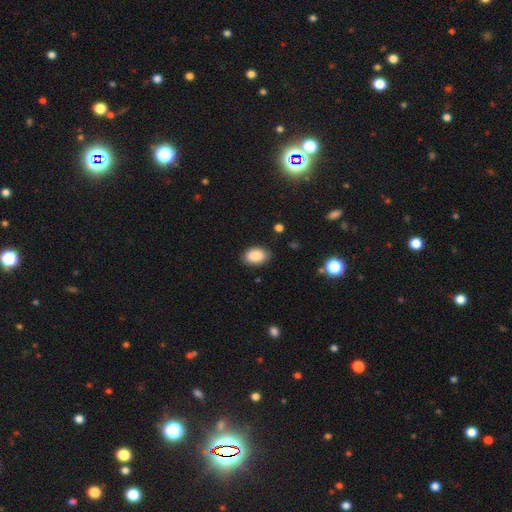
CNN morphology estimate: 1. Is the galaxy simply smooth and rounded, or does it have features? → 88% smooth, 7% star or artifact, 5% featured or disk.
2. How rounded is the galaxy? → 88% in between, 11% round, 1% cigar-shaped.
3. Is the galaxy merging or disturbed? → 83% none, 13% minor disturbance, 3% major disturbance, 1% merger.